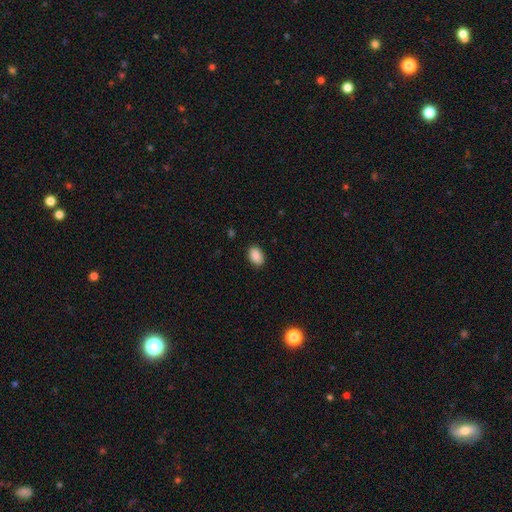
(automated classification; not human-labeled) Smooth or featured? Predicted: smooth (p=0.90). How rounded? Predicted: in between (p=0.86). Merging? Predicted: none (p=0.88).